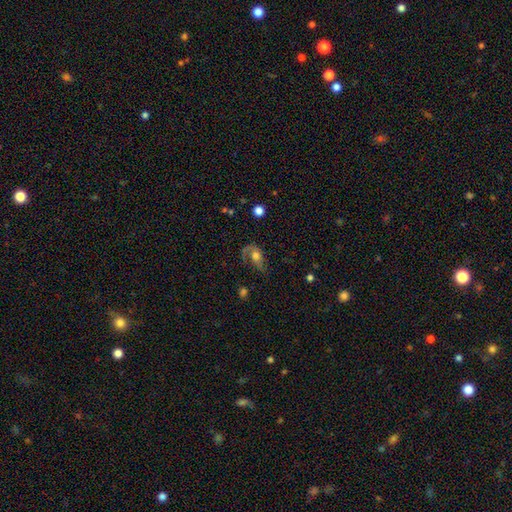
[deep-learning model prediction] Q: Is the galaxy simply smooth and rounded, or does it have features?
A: featured or disk — 59%.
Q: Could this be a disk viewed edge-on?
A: no — 95%.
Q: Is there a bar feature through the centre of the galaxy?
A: no — 71%.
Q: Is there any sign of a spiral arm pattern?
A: yes — 81%.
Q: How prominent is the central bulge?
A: moderate — 55%.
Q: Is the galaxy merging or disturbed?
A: none — 38%.